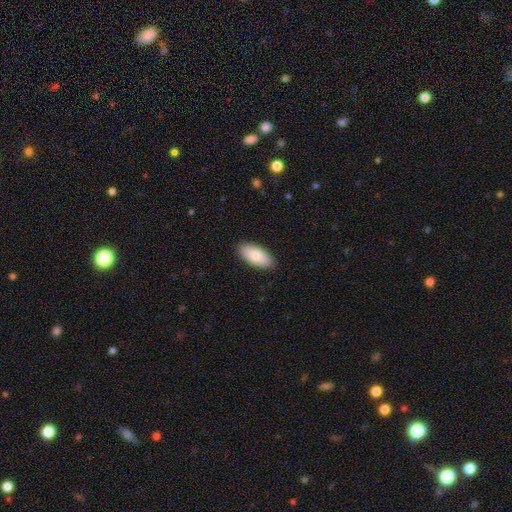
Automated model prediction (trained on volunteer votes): Smooth or featured?
  - smooth: 80% *
  - featured or disk: 14%
  - star or artifact: 6%
How rounded?
  - in between: 92% *
  - cigar-shaped: 5%
  - round: 2%
Merging?
  - none: 88% *
  - minor disturbance: 9%
  - major disturbance: 2%
  - merger: 1%